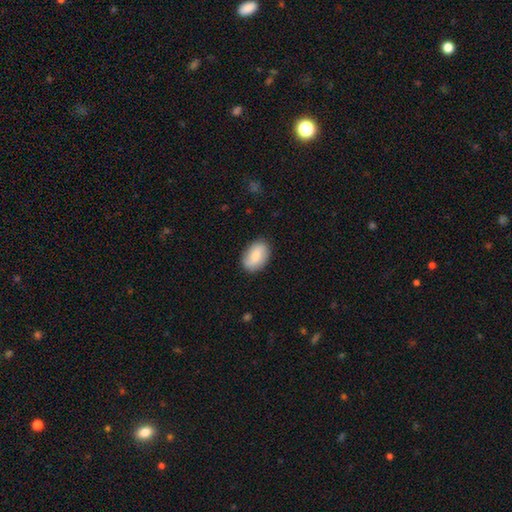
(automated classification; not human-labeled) A smooth galaxy with no disk features (73%) that is in between round and cigar-shaped (87%).

Vote fractions:
- Smooth or featured? smooth: 73% / featured or disk: 21% / star or artifact: 6%
- How rounded? in between: 87% / round: 11% / cigar-shaped: 1%
- Merging? none: 84% / minor disturbance: 12% / major disturbance: 3% / merger: 1%